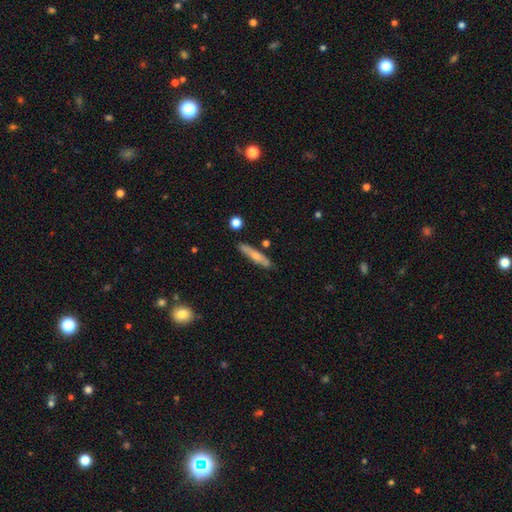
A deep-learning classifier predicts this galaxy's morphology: Overall: smooth (62%; featured or disk 31%). How rounded: cigar-shaped (88%). Merging: none (79%).